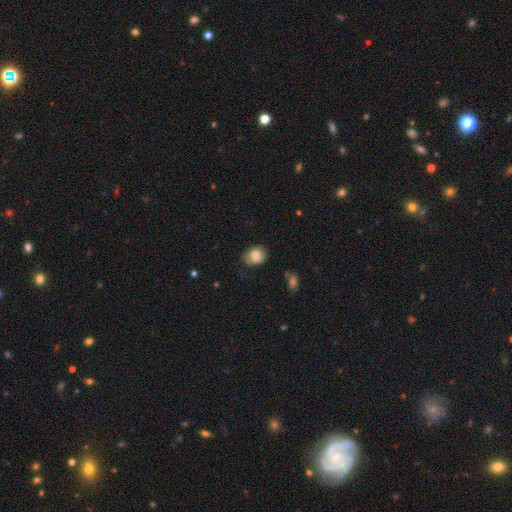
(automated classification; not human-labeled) Smooth or featured?
  - smooth: 77% *
  - featured or disk: 14%
  - star or artifact: 8%
How rounded?
  - in between: 54% *
  - round: 45%
  - cigar-shaped: 1%
Merging?
  - none: 67% *
  - minor disturbance: 25%
  - major disturbance: 7%
  - merger: 2%